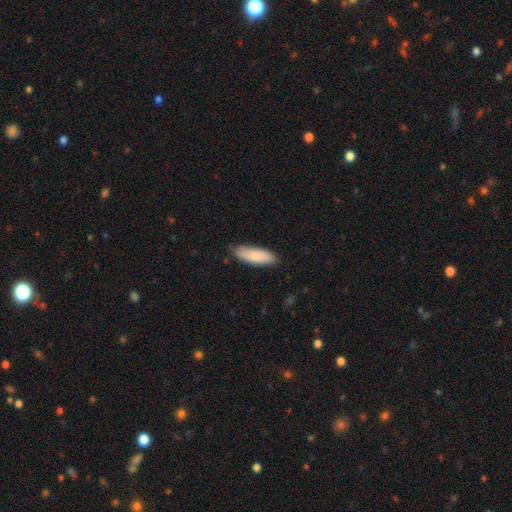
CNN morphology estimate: The model was most divided on "how rounded": in between: 61%, cigar-shaped: 38%, round: 2%. More confident: merging — none (81%); smooth or featured — smooth (80%).